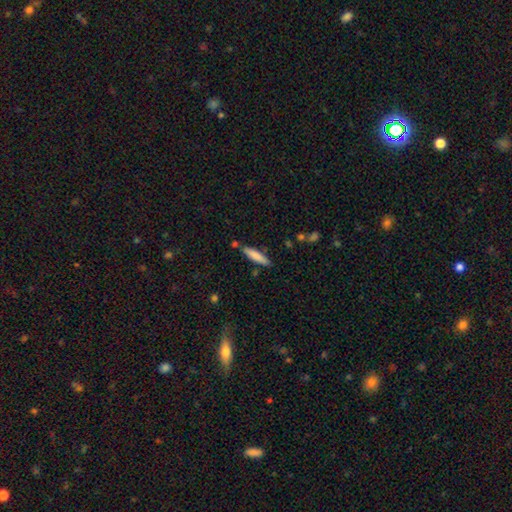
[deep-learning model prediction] smooth 80%, featured or disk 14%, star or artifact 6%. Down the decision tree: how rounded — cigar-shaped (81%); merging — none (80%).